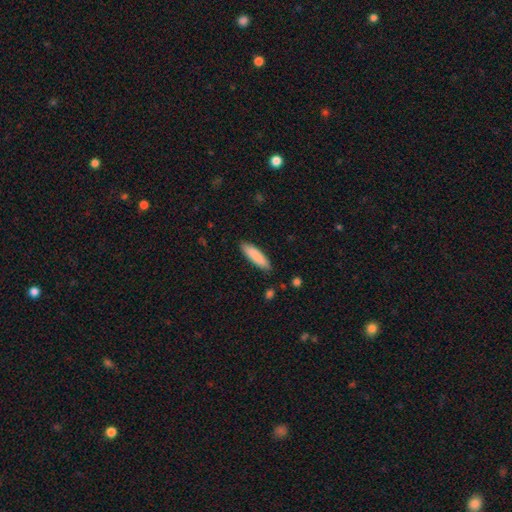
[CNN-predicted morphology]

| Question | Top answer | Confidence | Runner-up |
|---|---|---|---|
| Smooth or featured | smooth | 87% | featured or disk (7%) |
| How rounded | cigar-shaped | 68% | in between (31%) |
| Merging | none | 88% | minor disturbance (9%) |